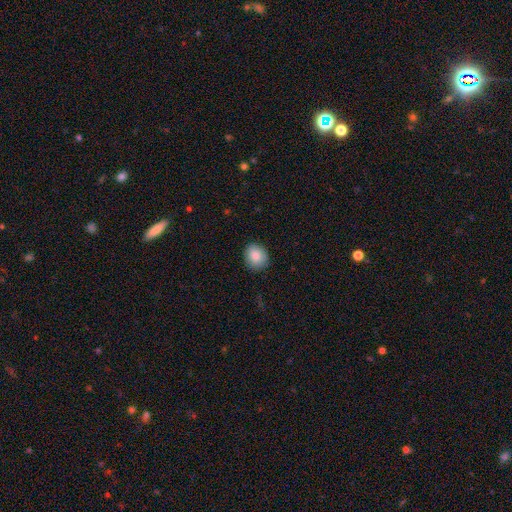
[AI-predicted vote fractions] smooth_or_featured: smooth (p=0.86) [alt: star or artifact p=0.08]
how_rounded: round (p=0.71) [alt: in between p=0.28]
merging: none (p=0.87) [alt: minor disturbance p=0.10]